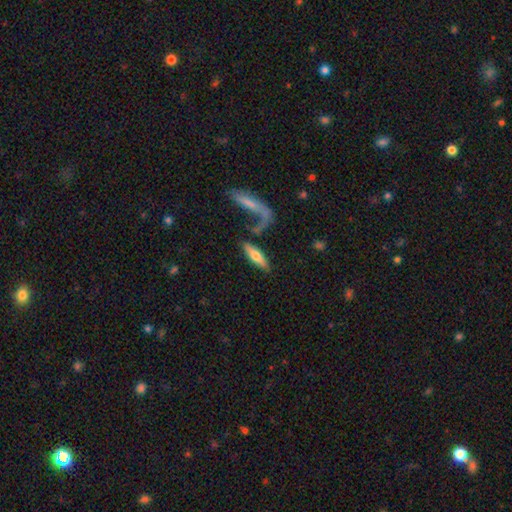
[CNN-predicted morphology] type=smooth (59%); roundness=cigar-shaped (63%); merging=none (61%).